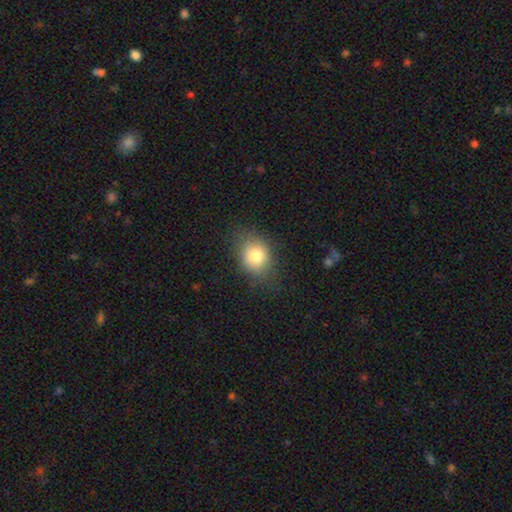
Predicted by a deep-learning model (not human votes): Morphology: type=smooth (78%); roundness=round (53%); merging=none (76%).